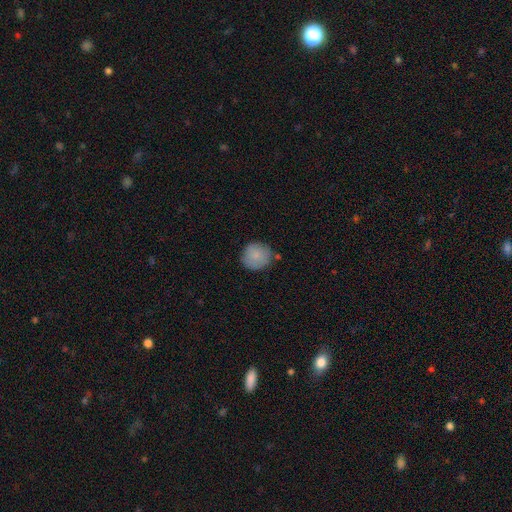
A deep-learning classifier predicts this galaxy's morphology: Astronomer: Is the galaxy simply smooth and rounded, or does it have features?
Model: smooth — 84%.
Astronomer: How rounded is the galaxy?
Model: round — 91%.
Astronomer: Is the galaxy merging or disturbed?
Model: none — 77%.